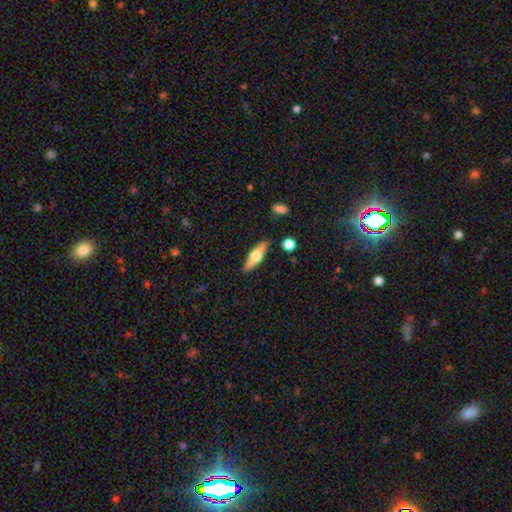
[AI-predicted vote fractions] Q: Smooth or featured?
A: featured or disk (48%); runner-up: smooth (46%)
Q: Merging?
A: none (86%); runner-up: minor disturbance (9%)